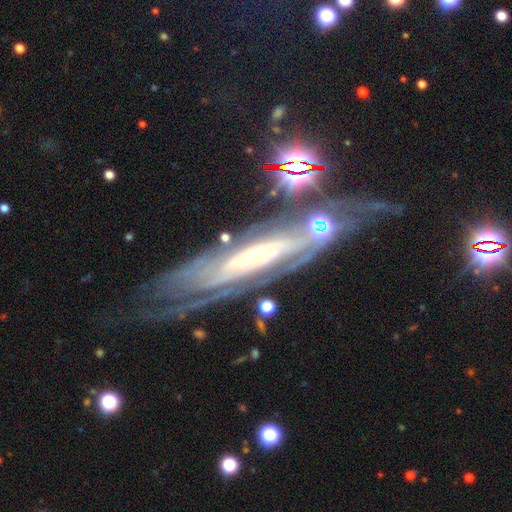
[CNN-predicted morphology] Smooth or featured?
  - featured or disk: 82% *
  - star or artifact: 10%
  - smooth: 8%
Edge-on disk?
  - no: 73% *
  - yes: 27%
Bar?
  - no: 60% *
  - weak: 24%
  - strong: 16%
Spiral arms?
  - yes: 90% *
  - no: 10%
Spiral winding?
  - tight: 69% *
  - medium: 24%
  - loose: 7%
Spiral arm count?
  - can't tell: 50% *
  - 2: 22%
  - 3: 10%
  - 4: 7%
  - more than 4: 7%
  - 1: 5%
Bulge size?
  - small: 76% *
  - moderate: 18%
  - none: 2%
  - large: 2%
  - dominant: 1%
Merging?
  - none: 64% *
  - minor disturbance: 18%
  - major disturbance: 11%
  - merger: 6%